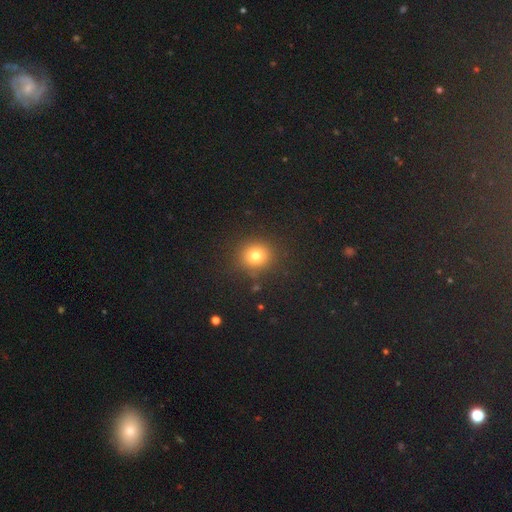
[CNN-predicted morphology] Smooth or featured? smooth (79%)
How rounded? round (84%)
Merging? none (87%)